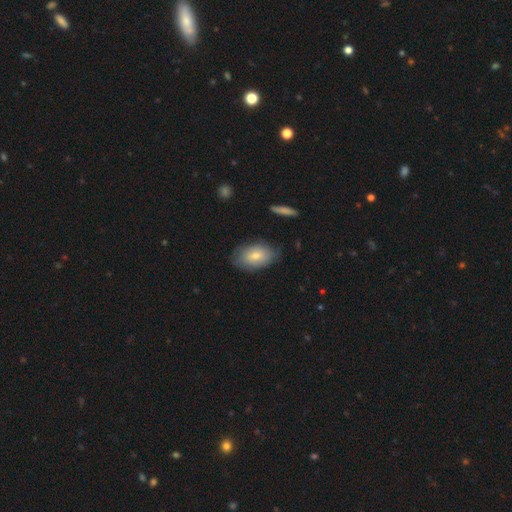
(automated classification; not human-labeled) smooth 71%, featured or disk 22%, star or artifact 7%. Down the decision tree: how rounded — in between (90%); merging — none (75%).